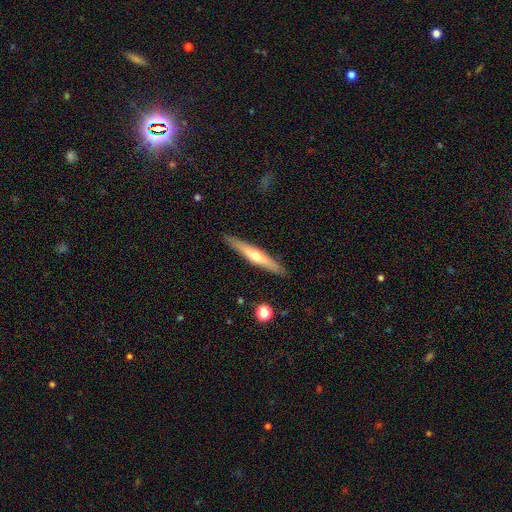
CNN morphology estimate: smooth_or_featured: featured or disk (p=0.58) [alt: smooth p=0.36]
disk_edge_on: yes (p=0.94) [alt: no p=0.06]
edge_on_bulge: rounded (p=0.85) [alt: none p=0.12]
merging: none (p=0.90) [alt: minor disturbance p=0.07]